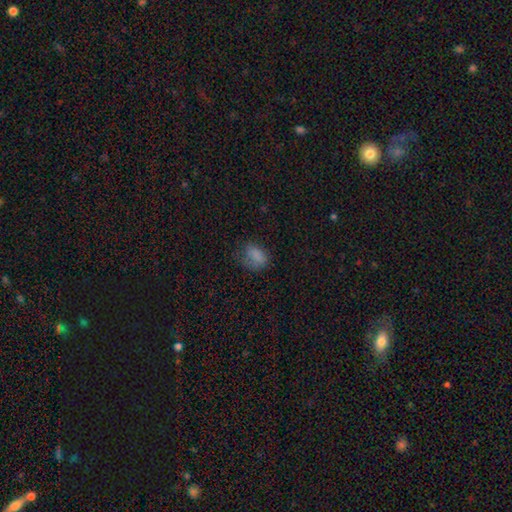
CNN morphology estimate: Smooth or featured? Predicted: smooth (p=0.76). How rounded? Predicted: in between (p=0.76). Merging? Predicted: none (p=0.42).